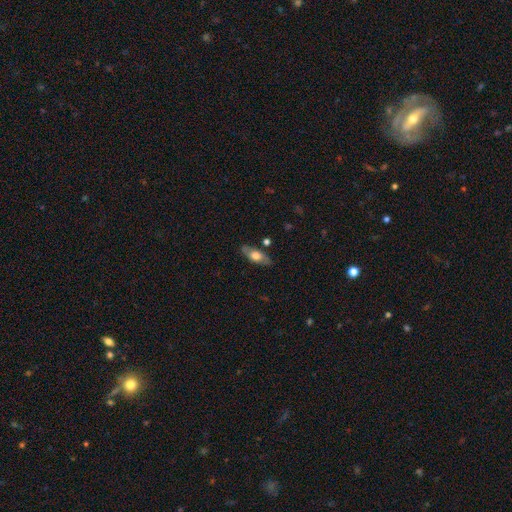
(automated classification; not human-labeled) The model was most divided on "smooth or featured": smooth: 53%, featured or disk: 41%, star or artifact: 6%. More confident: merging — none (80%); how rounded — in between (72%).